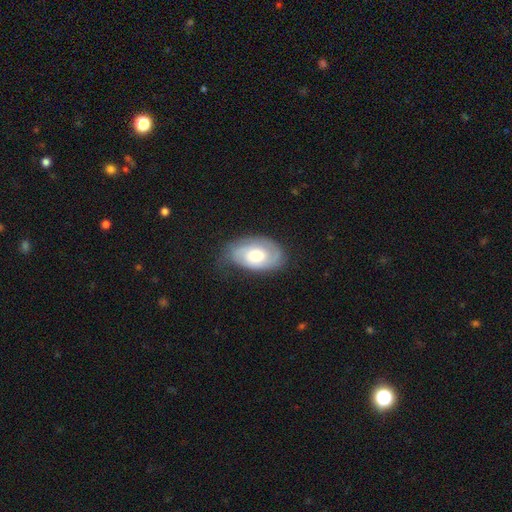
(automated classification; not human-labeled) Morphology: type=featured or disk (59%); edge-on=no (94%); bar=no (75%); spiral arms=yes (78%); bulge=moderate (63%); merging=none (63%).